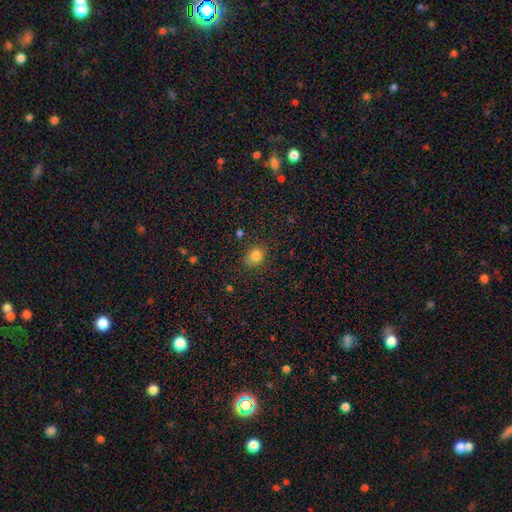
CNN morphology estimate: The model was most divided on "how rounded": round: 59%, in between: 40%, cigar-shaped: 1%. More confident: smooth or featured — smooth (81%); merging — none (77%).